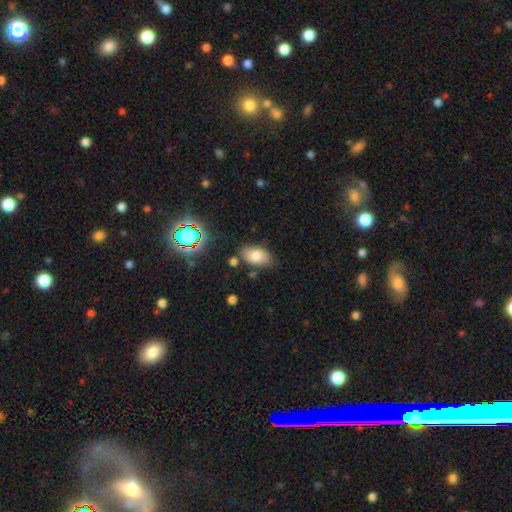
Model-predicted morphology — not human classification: smooth 78%, featured or disk 11%, star or artifact 11%. Down the decision tree: how rounded — in between (91%); merging — none (75%).